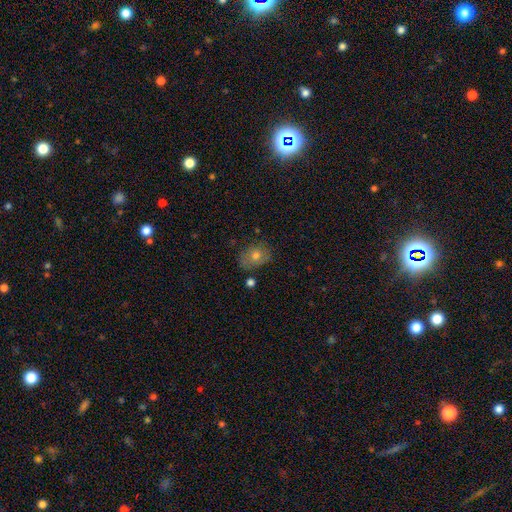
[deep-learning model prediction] Smooth or featured: smooth — 60% (featured or disk — 26%)
How rounded: in between — 60% (round — 39%)
Merging: none — 73% (minor disturbance — 18%)